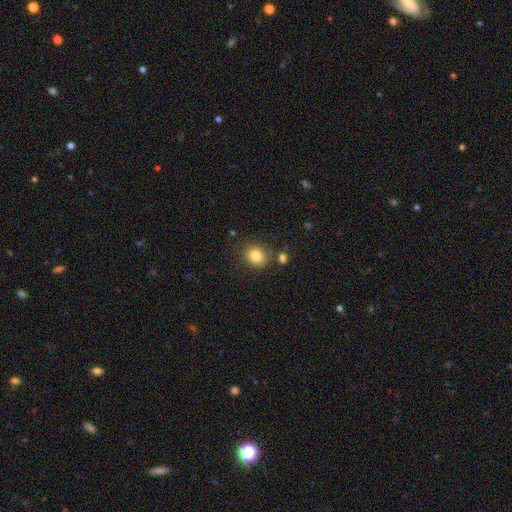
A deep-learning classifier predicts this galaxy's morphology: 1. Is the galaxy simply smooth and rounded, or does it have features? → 83% smooth, 11% star or artifact, 6% featured or disk.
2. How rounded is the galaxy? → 74% round, 25% in between, 1% cigar-shaped.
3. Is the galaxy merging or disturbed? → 81% none, 11% minor disturbance, 5% merger, 3% major disturbance.